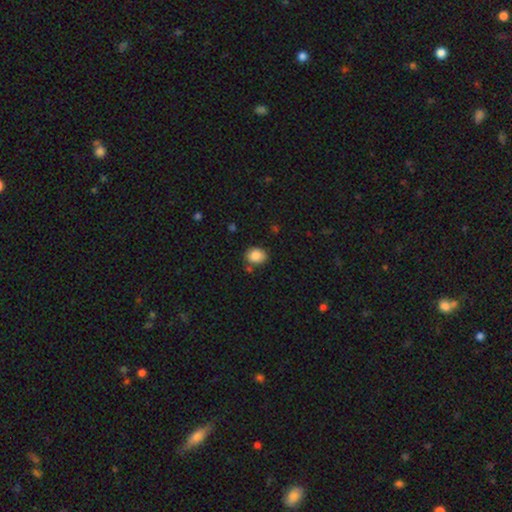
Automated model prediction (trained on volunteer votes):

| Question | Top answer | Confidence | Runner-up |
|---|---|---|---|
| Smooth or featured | smooth | 87% | star or artifact (9%) |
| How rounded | in between | 50% | round (49%) |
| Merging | none | 78% | minor disturbance (13%) |